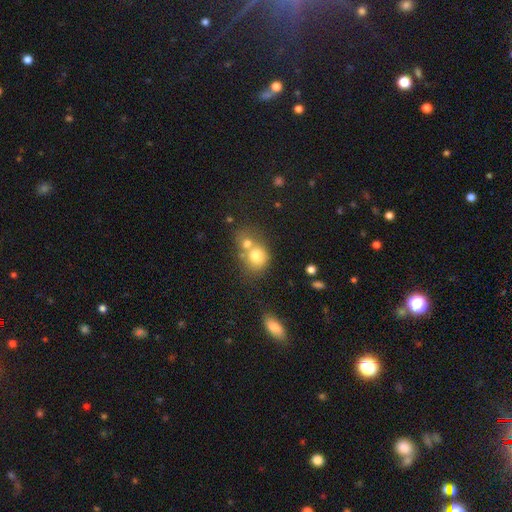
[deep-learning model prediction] Morphology: type=smooth (72%); roundness=round (68%); merging=merger (57%).